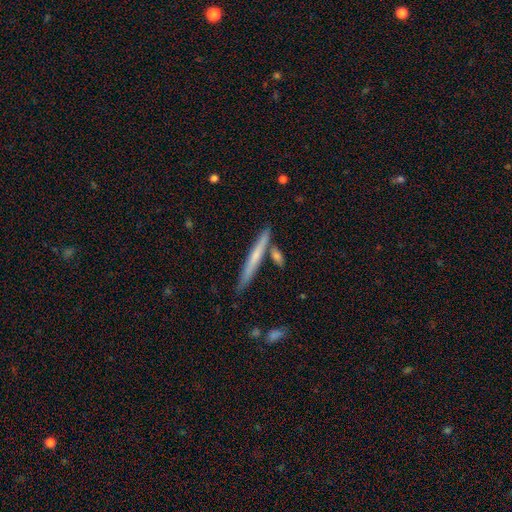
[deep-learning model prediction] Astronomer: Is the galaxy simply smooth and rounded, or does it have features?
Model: smooth — 55% (runner-up: featured or disk, 39%).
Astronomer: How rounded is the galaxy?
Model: cigar-shaped — 96%.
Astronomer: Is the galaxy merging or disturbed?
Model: none — 81%.